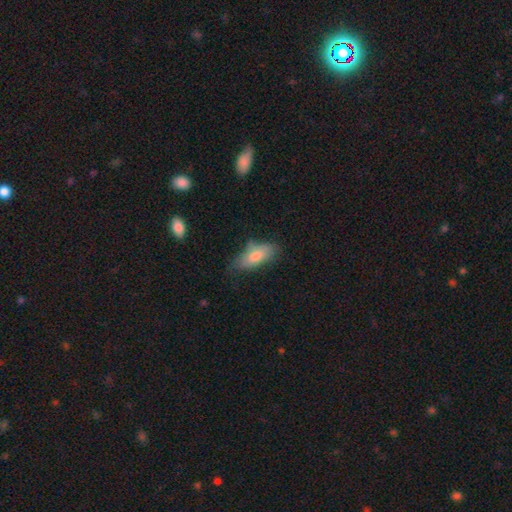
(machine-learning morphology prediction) Q: Smooth or featured?
A: smooth (75%); runner-up: featured or disk (18%)
Q: How rounded?
A: in between (79%); runner-up: cigar-shaped (19%)
Q: Merging?
A: none (59%); runner-up: minor disturbance (29%)